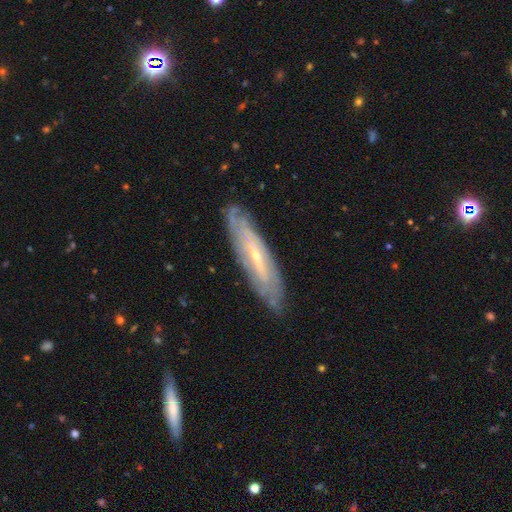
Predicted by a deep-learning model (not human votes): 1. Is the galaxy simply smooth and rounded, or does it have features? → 75% featured or disk, 19% smooth, 6% star or artifact.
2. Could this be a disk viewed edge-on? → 62% no, 38% yes.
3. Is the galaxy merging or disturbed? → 80% none, 15% minor disturbance, 3% major disturbance, 1% merger.